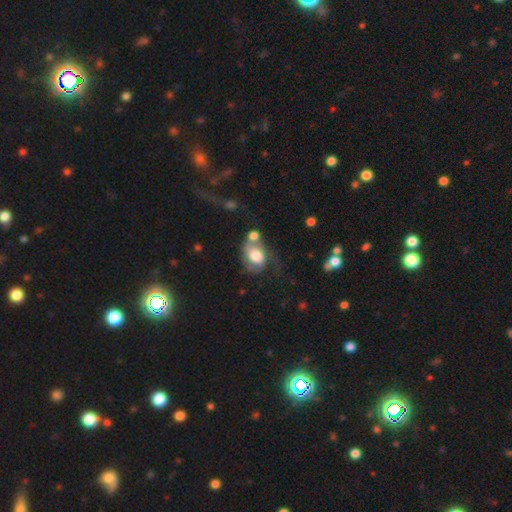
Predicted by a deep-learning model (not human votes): Overall: featured or disk (51%; smooth 41%). Edge-on disk: no (97%). Merging: merger (29%; major disturbance 26%).